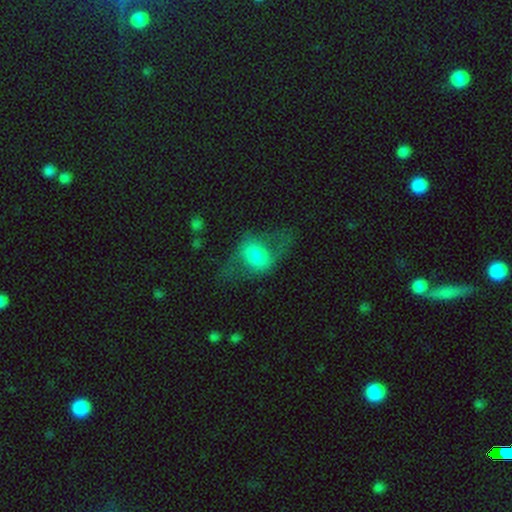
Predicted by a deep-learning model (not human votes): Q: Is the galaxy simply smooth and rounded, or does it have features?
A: smooth — 48%.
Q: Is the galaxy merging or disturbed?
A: none — 48%.